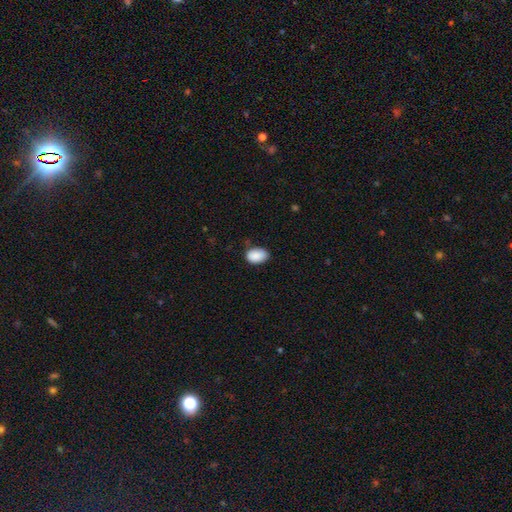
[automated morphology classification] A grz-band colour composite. It shows a smooth galaxy with no disk features (89%) that is in between round and cigar-shaped (88%). Merging: none (73%).